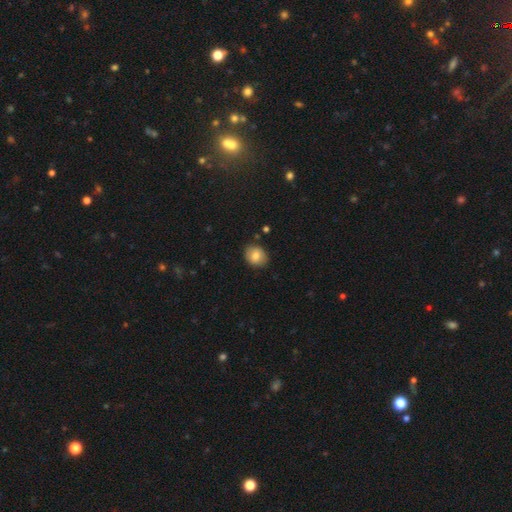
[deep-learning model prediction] smooth 79%, featured or disk 12%, star or artifact 9%. Down the decision tree: how rounded — round (63%); merging — none (84%).